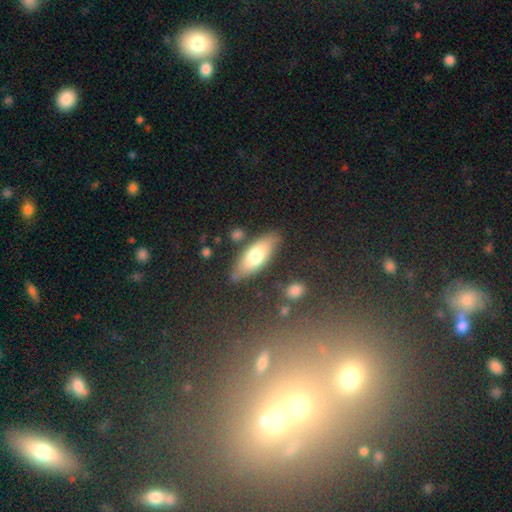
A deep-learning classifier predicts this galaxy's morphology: The model was most divided on "how rounded": in between: 68%, cigar-shaped: 29%, round: 3%. More confident: merging — none (79%); smooth or featured — smooth (69%).